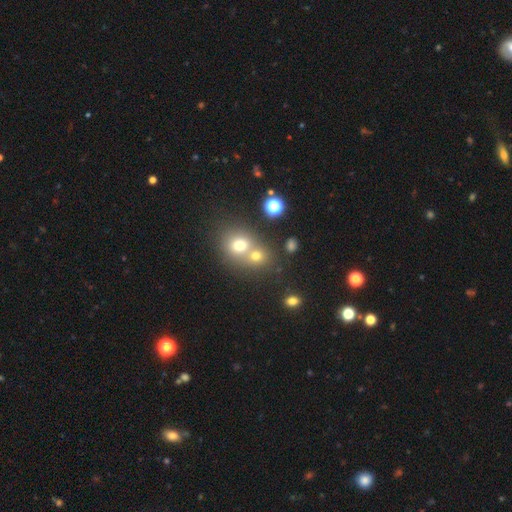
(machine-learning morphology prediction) Smooth or featured?
  - smooth: 69% *
  - star or artifact: 18%
  - featured or disk: 13%
How rounded?
  - round: 75% *
  - in between: 24%
  - cigar-shaped: 1%
Merging?
  - merger: 51% *
  - none: 39%
  - minor disturbance: 7%
  - major disturbance: 3%